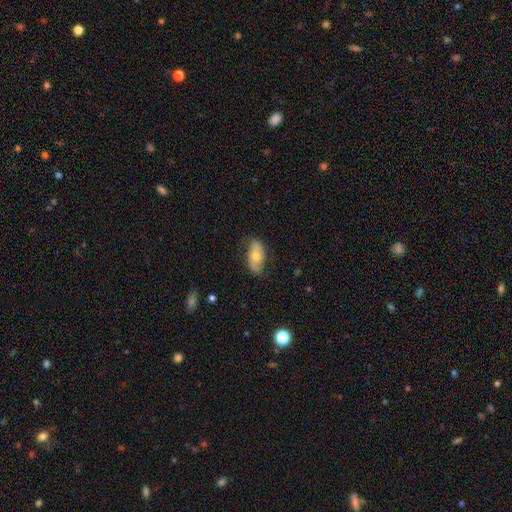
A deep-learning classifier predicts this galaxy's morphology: smooth_or_featured: smooth (p=0.47) [alt: featured or disk p=0.45]
merging: none (p=0.72) [alt: minor disturbance p=0.21]